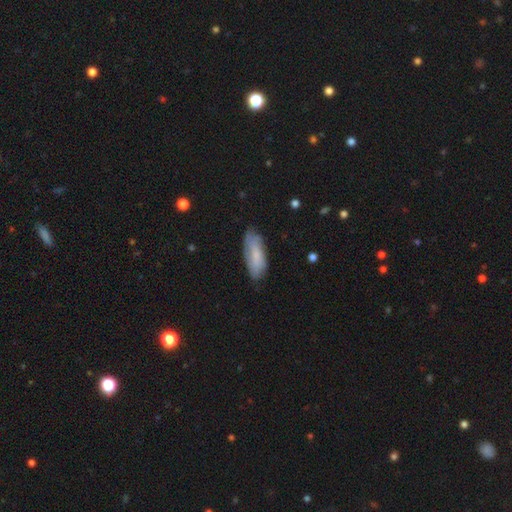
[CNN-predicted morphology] A smooth galaxy with no disk features (68%) that is in between round and cigar-shaped (68%).

Vote fractions:
- Smooth or featured? smooth: 68% / featured or disk: 26% / star or artifact: 7%
- How rounded? in between: 68% / cigar-shaped: 30% / round: 2%
- Merging? none: 74% / minor disturbance: 20% / major disturbance: 4% / merger: 1%